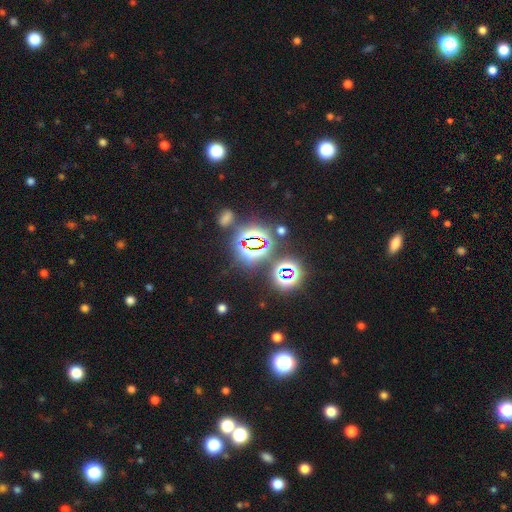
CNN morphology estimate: Overall: star or artifact (77%).